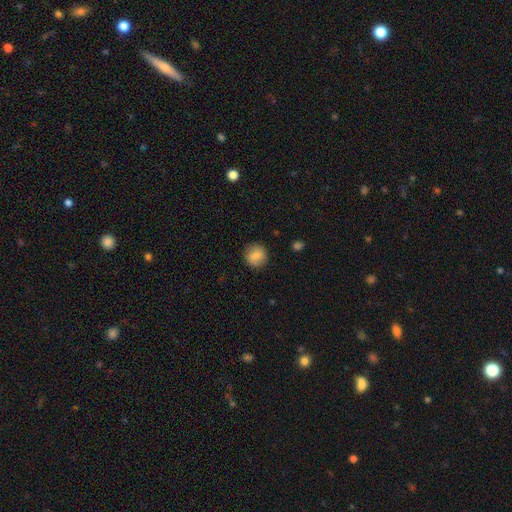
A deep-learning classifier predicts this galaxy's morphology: smooth_or_featured: smooth (p=0.80) [alt: featured or disk p=0.12]
how_rounded: round (p=0.89) [alt: in between p=0.10]
merging: none (p=0.86) [alt: minor disturbance p=0.10]